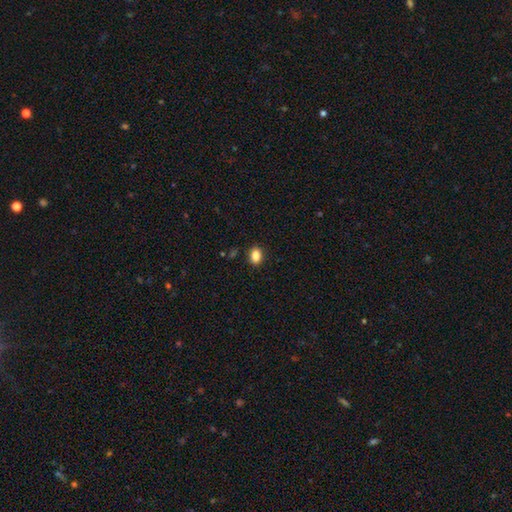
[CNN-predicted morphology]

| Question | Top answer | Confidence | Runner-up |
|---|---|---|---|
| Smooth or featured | smooth | 87% | star or artifact (10%) |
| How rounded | in between | 77% | round (21%) |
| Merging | none | 87% | minor disturbance (9%) |